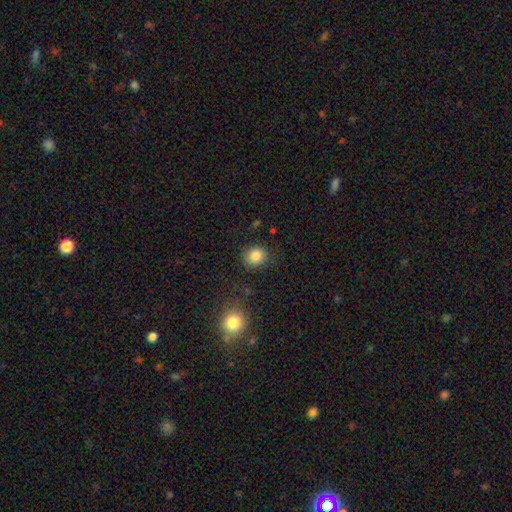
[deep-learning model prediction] Smooth or featured: smooth — 84% (star or artifact — 11%)
How rounded: round — 74% (in between — 25%)
Merging: none — 83% (minor disturbance — 11%)